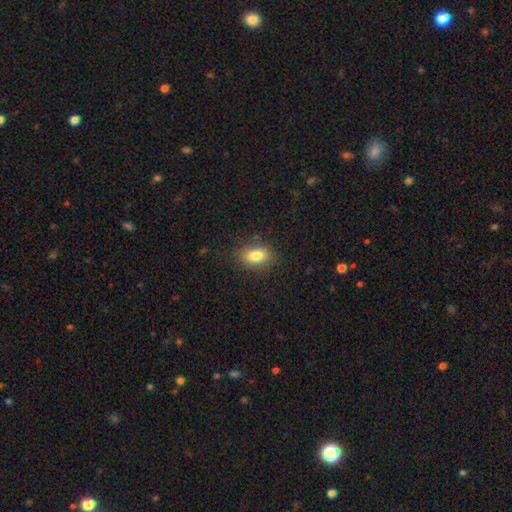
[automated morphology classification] smooth 82%, star or artifact 9%, featured or disk 9%. Down the decision tree: how rounded — in between (85%); merging — none (85%).